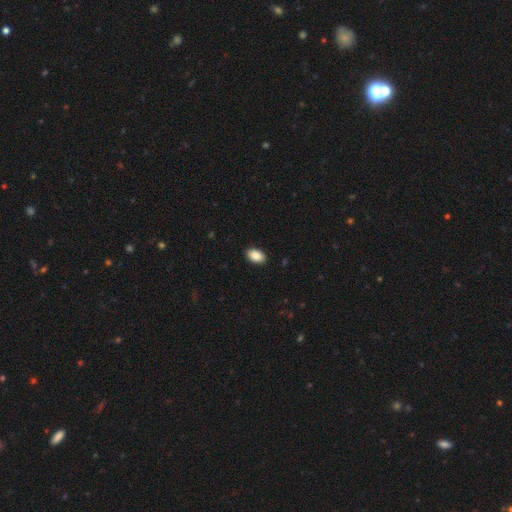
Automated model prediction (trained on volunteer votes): Smooth or featured: smooth — 87% (star or artifact — 7%)
How rounded: in between — 91% (round — 7%)
Merging: none — 90% (minor disturbance — 7%)